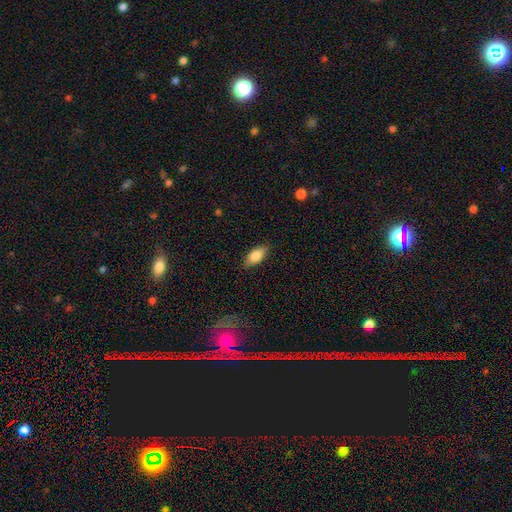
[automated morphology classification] smooth_or_featured: smooth (p=0.81) [alt: featured or disk p=0.13]
how_rounded: in between (p=0.86) [alt: cigar-shaped p=0.10]
merging: none (p=0.84) [alt: minor disturbance p=0.12]